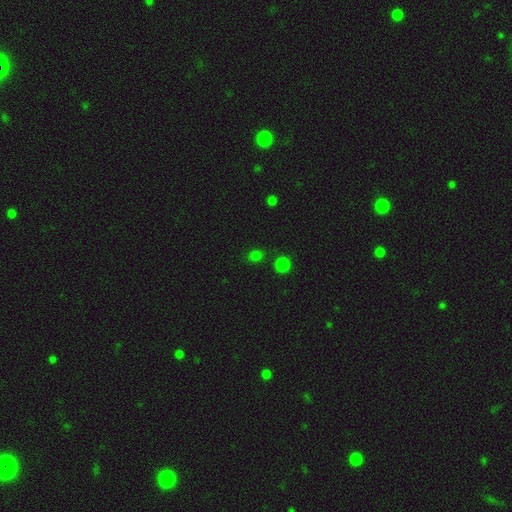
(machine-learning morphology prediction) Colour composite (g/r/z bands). It shows a smooth galaxy with no disk features (73%) that is round (75%). Merging: none (82%).